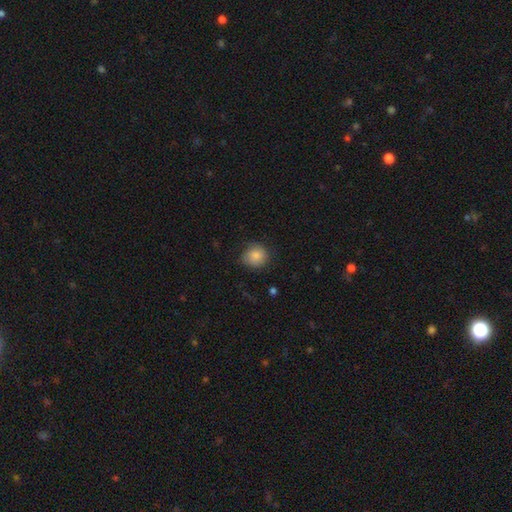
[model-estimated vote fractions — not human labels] Smooth or featured?
  - smooth: 83% *
  - featured or disk: 8%
  - star or artifact: 8%
How rounded?
  - round: 86% *
  - in between: 13%
  - cigar-shaped: 1%
Merging?
  - none: 72% *
  - minor disturbance: 21%
  - major disturbance: 5%
  - merger: 1%